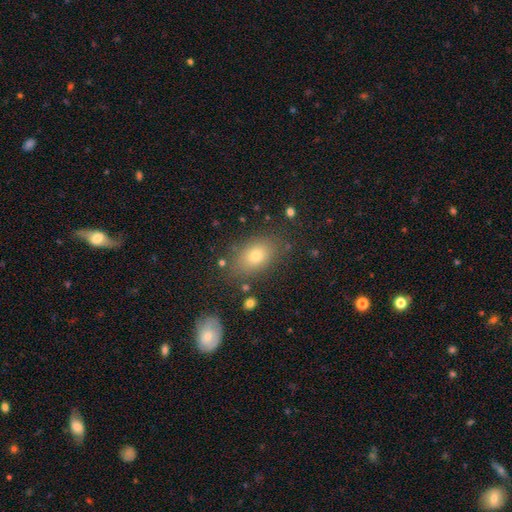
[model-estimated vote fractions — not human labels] This appears to be a smooth galaxy with no disk features (74%) that is in between round and cigar-shaped (82%). Merging: none (80%).